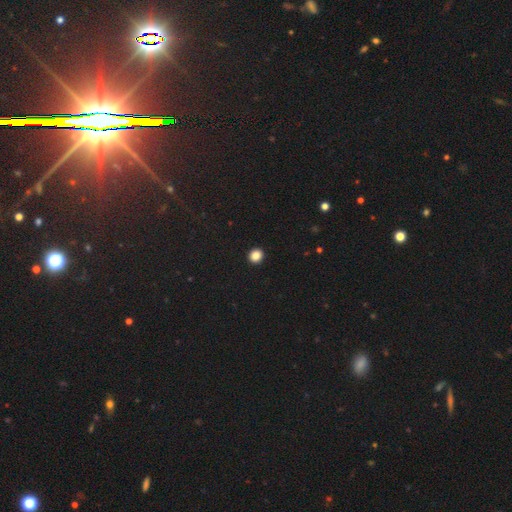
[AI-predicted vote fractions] smooth-or-featured: smooth: 86% | star or artifact: 10% | featured or disk: 3%
  how-rounded: round: 87% | in between: 13% | cigar-shaped: 1%
  merging: none: 94% | minor disturbance: 4% | major disturbance: 1% | merger: 1%